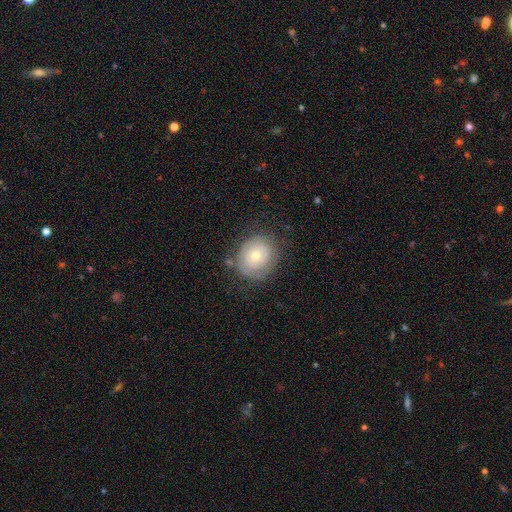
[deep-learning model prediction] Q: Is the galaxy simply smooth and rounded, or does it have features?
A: smooth — 47%.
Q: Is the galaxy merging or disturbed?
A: none — 67%.